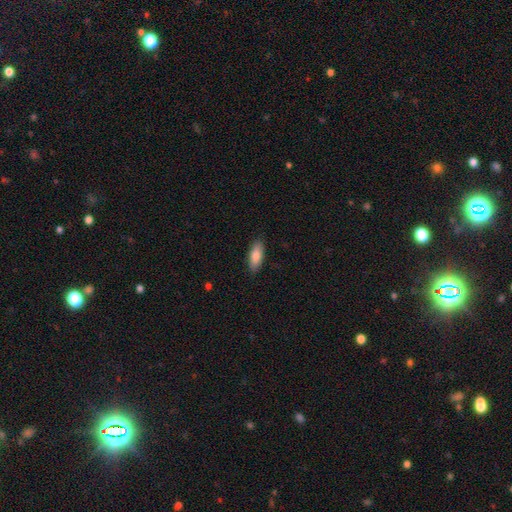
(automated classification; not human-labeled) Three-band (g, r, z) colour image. It shows a smooth galaxy with no disk features (83%) that is in between round and cigar-shaped (69%). Merging: none (88%).